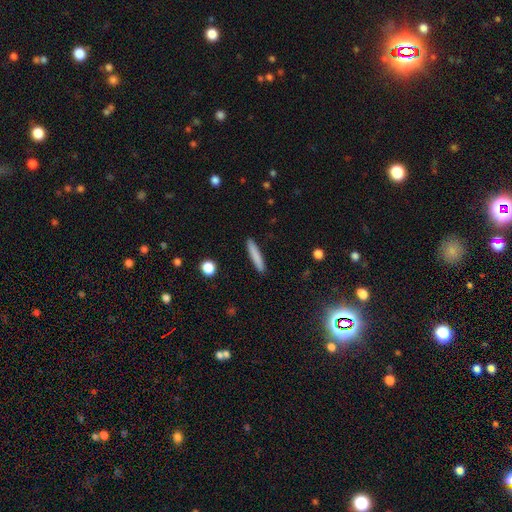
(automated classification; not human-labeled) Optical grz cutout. It shows a smooth galaxy with no disk features (81%) that is cigar-shaped (93%). Merging: none (91%).